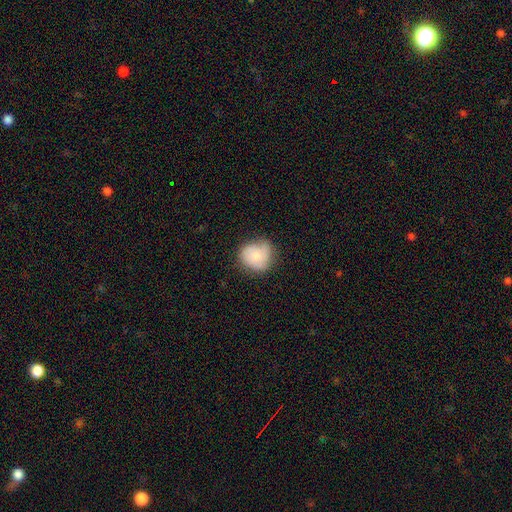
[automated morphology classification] type=smooth (66%); roundness=round (80%); merging=none (59%).